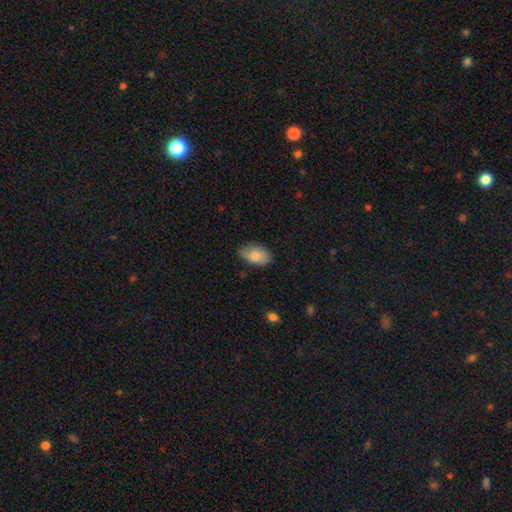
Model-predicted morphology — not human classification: Smooth or featured? smooth (84%)
How rounded? in between (92%)
Merging? none (74%)